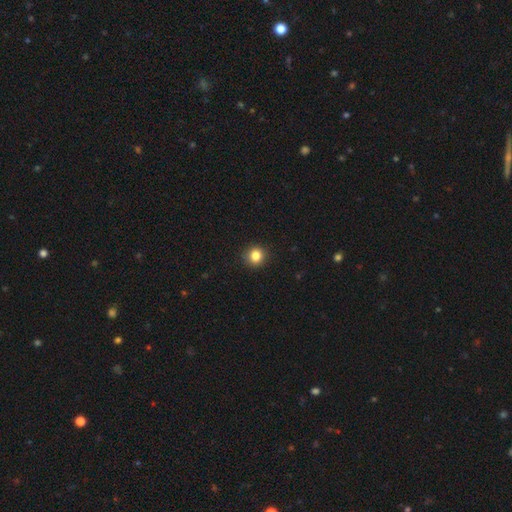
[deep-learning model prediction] A smooth galaxy with no disk features (85%) that is round (91%). Merging: none (91%).